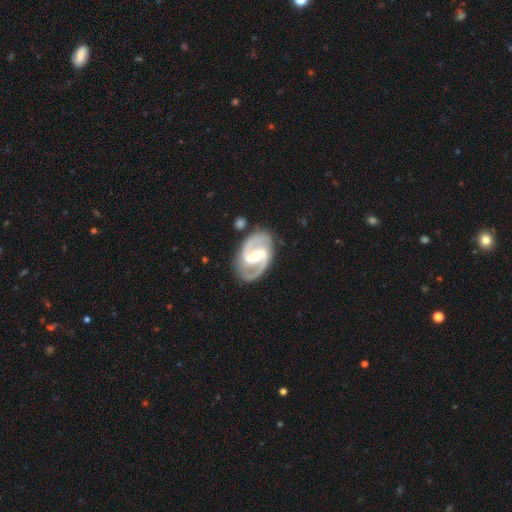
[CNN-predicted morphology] Smooth or featured?
  - featured or disk: 91% *
  - smooth: 6%
  - star or artifact: 4%
Edge-on disk?
  - no: 98% *
  - yes: 2%
Bar?
  - strong: 55% *
  - weak: 36%
  - no: 9%
Spiral arms?
  - yes: 97% *
  - no: 3%
Spiral winding?
  - medium: 59% *
  - tight: 28%
  - loose: 13%
Spiral arm count?
  - 2: 94% *
  - can't tell: 2%
  - 1: 1%
  - 3: 1%
  - 4: 1%
  - more than 4: 1%
Bulge size?
  - moderate: 57% *
  - small: 29%
  - large: 10%
  - none: 3%
  - dominant: 1%
Merging?
  - none: 83% *
  - minor disturbance: 11%
  - major disturbance: 3%
  - merger: 2%